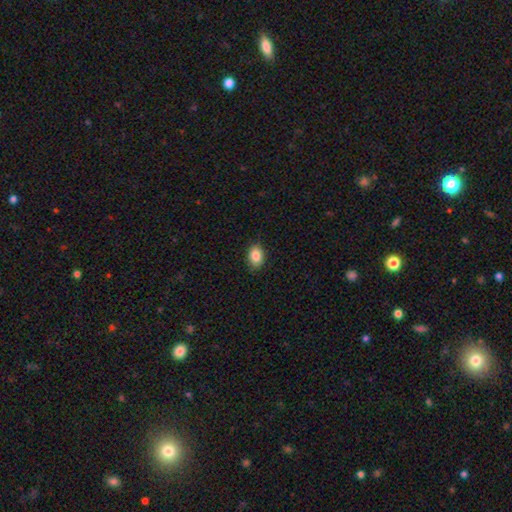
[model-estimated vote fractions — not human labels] Overall: smooth (86%). How rounded: in between (73%). Merging: none (85%).